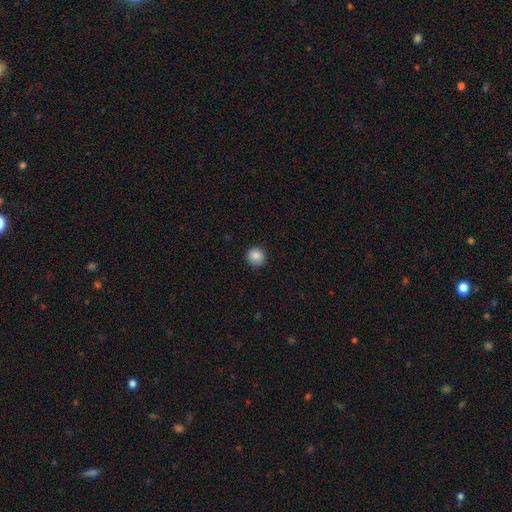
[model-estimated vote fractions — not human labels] This is clearly a smooth galaxy (86%). How rounded: clearly round (92%). Merging: clearly none (90%).